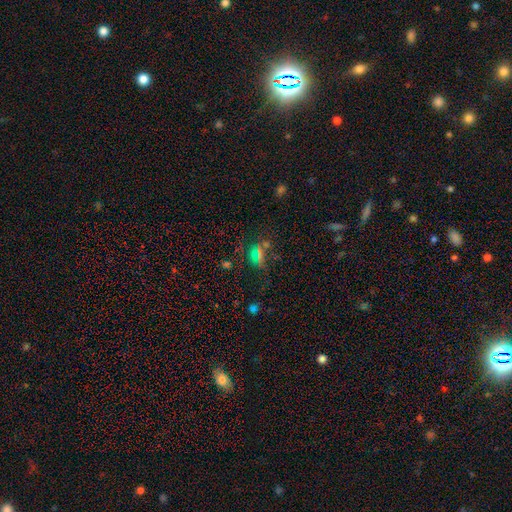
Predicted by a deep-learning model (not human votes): Smooth or featured: star or artifact — 47% (smooth — 42%)